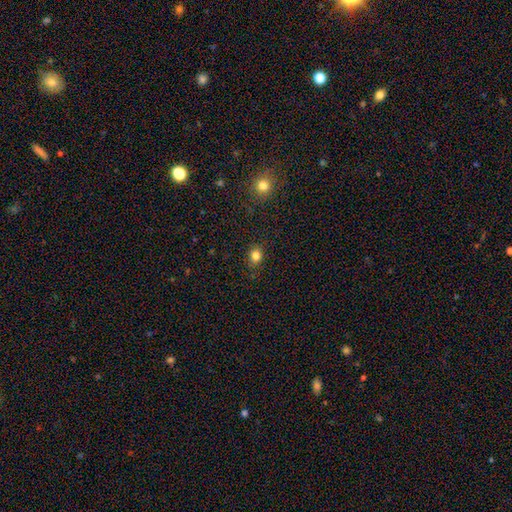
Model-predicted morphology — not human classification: A smooth galaxy with no disk features (82%) that is round (70%).

Vote fractions:
- Smooth or featured? smooth: 82% / star or artifact: 13% / featured or disk: 5%
- How rounded? round: 70% / in between: 29% / cigar-shaped: 1%
- Merging? none: 86% / minor disturbance: 10% / major disturbance: 3% / merger: 1%